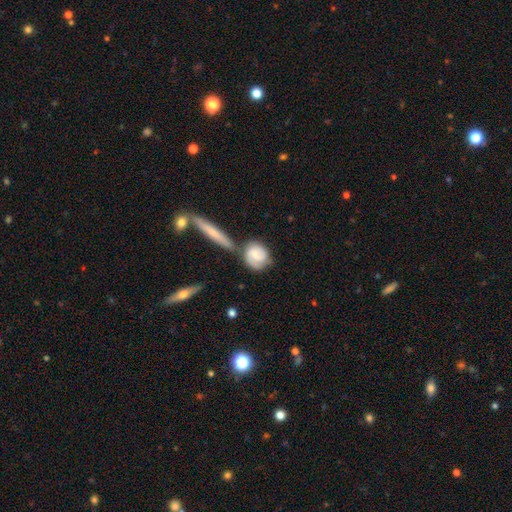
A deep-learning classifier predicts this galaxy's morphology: smooth_or_featured: featured or disk (p=0.58) [alt: smooth p=0.36]
disk_edge_on: no (p=0.94) [alt: yes p=0.06]
bar: no (p=0.53) [alt: weak p=0.38]
has_spiral_arms: yes (p=0.90) [alt: no p=0.10]
bulge_size: moderate (p=0.41) [alt: small p=0.36]
merging: none (p=0.52) [alt: merger p=0.24]